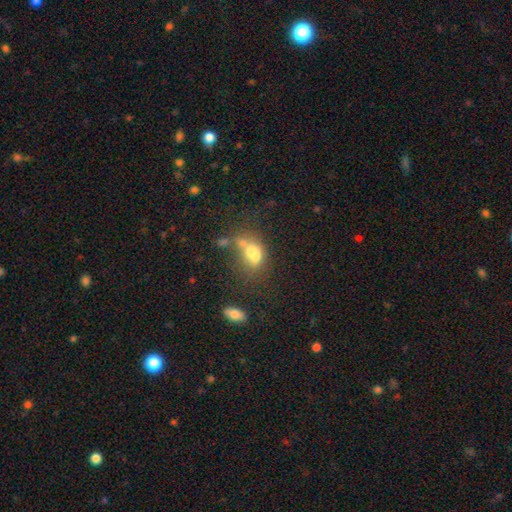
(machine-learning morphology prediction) Smooth or featured? Predicted: smooth (p=0.59). How rounded? Predicted: in between (p=0.63). Merging? Predicted: merger (p=0.52).